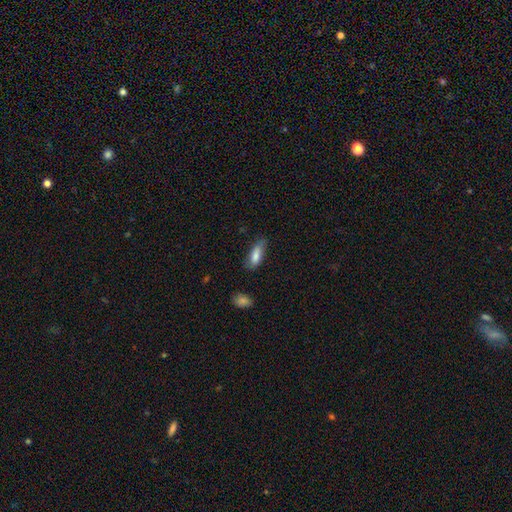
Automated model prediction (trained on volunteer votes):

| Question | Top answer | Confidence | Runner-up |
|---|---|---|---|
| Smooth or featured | smooth | 80% | featured or disk (13%) |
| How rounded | in between | 69% | cigar-shaped (29%) |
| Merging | none | 59% | minor disturbance (31%) |